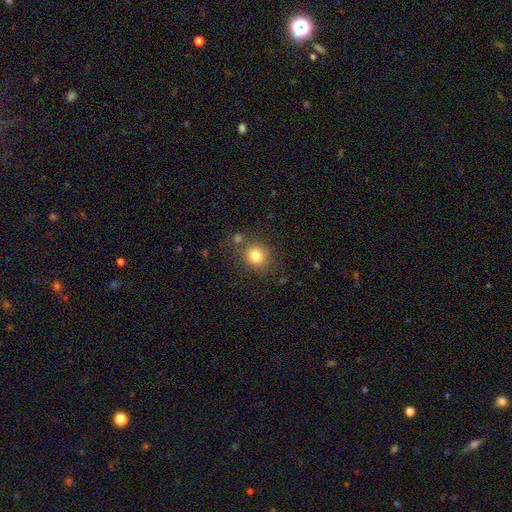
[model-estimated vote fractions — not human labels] Smooth or featured: smooth — 81% (star or artifact — 12%)
How rounded: round — 78% (in between — 21%)
Merging: none — 75% (minor disturbance — 12%)